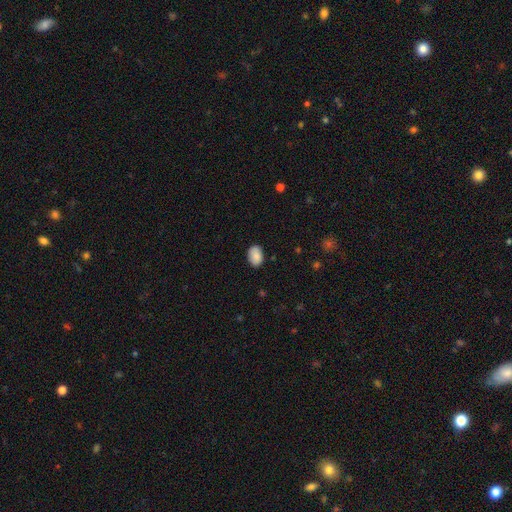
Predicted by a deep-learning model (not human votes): smooth_or_featured: smooth (p=0.88) [alt: star or artifact p=0.07]
how_rounded: in between (p=0.84) [alt: round p=0.15]
merging: none (p=0.84) [alt: minor disturbance p=0.12]